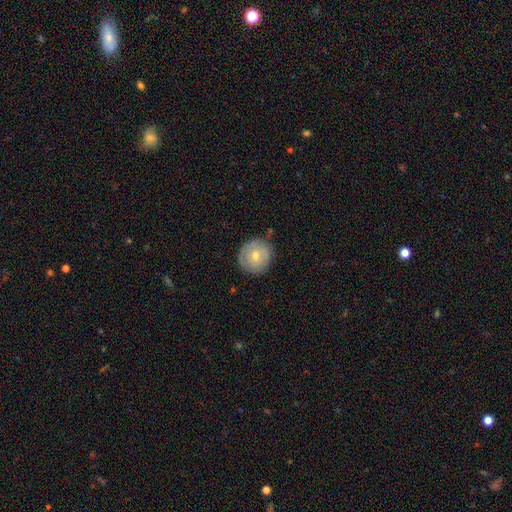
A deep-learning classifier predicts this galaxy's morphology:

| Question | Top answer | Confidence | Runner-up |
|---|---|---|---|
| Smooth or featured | smooth | 49% | featured or disk (44%) |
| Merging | none | 80% | minor disturbance (15%) |